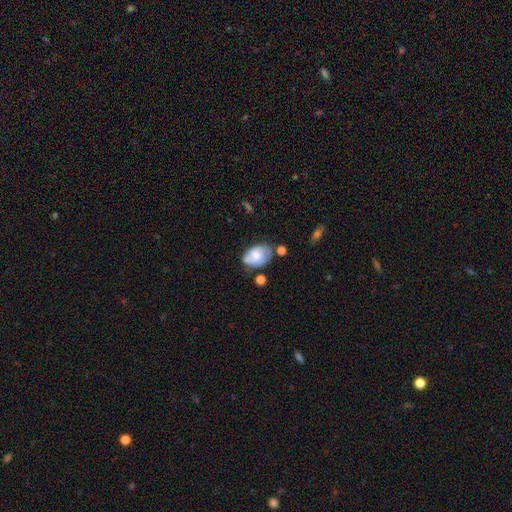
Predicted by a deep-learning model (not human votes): smooth_or_featured: smooth (p=0.57) [alt: featured or disk p=0.35]
how_rounded: in between (p=0.82) [alt: round p=0.17]
merging: none (p=0.47) [alt: minor disturbance p=0.30]